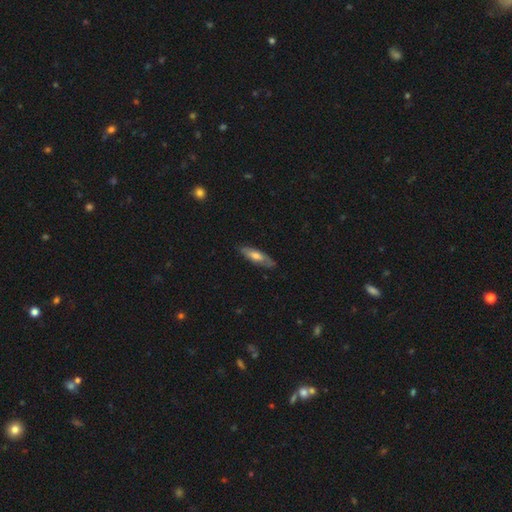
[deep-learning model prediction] Smooth or featured? smooth (55%)
How rounded? cigar-shaped (50%)
Merging? none (79%)